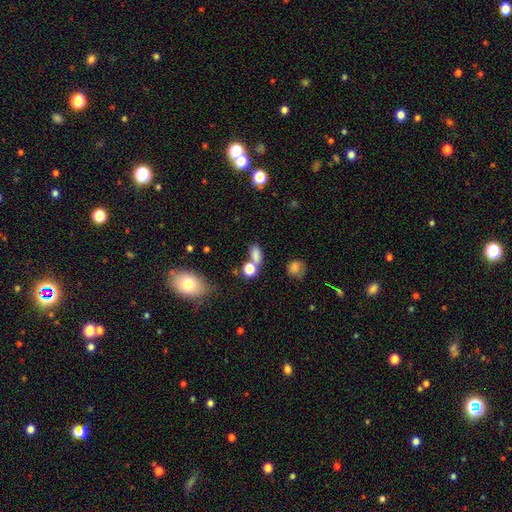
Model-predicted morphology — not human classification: smooth_or_featured: smooth (p=0.77) [alt: star or artifact p=0.16]
how_rounded: in between (p=0.72) [alt: round p=0.24]
merging: none (p=0.48) [alt: merger p=0.32]